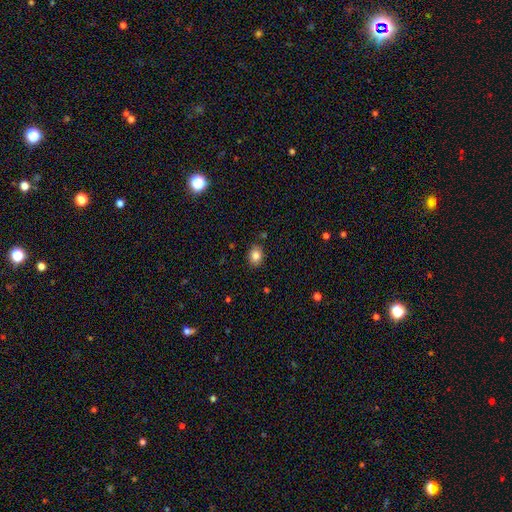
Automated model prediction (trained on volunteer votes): smooth_or_featured: smooth (p=0.83) [alt: star or artifact p=0.10]
how_rounded: in between (p=0.53) [alt: round p=0.46]
merging: none (p=0.84) [alt: minor disturbance p=0.11]